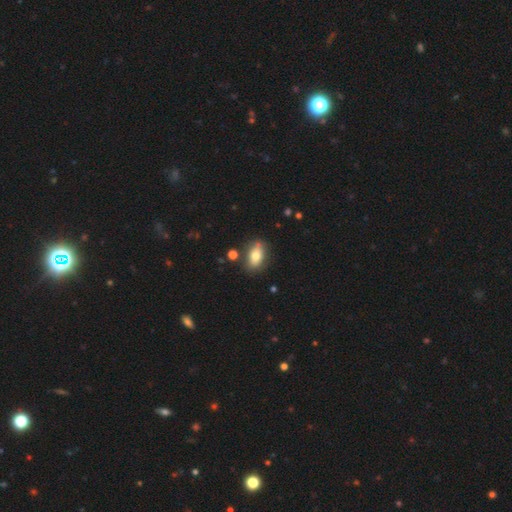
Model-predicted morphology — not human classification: Smooth or featured: smooth — 71% (featured or disk — 21%)
How rounded: in between — 84% (round — 8%)
Merging: none — 77% (minor disturbance — 15%)